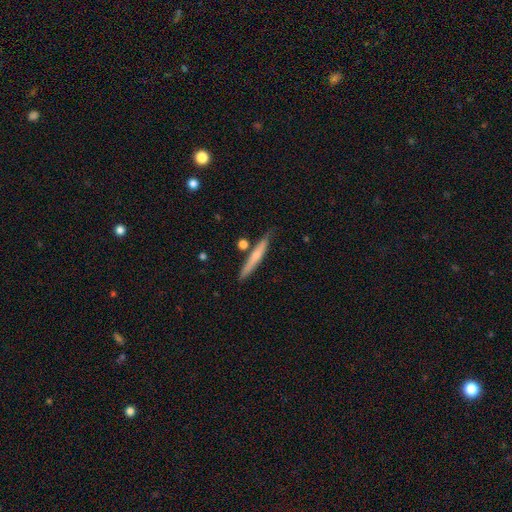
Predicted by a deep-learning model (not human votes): The model was most divided on "smooth or featured": smooth: 55%, featured or disk: 39%, star or artifact: 6%. More confident: how rounded — cigar-shaped (95%); merging — none (80%).